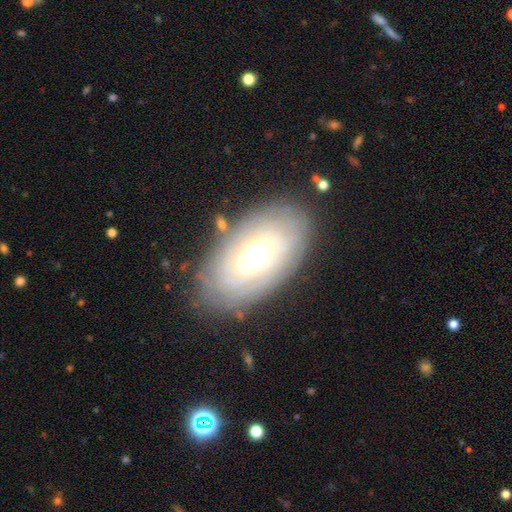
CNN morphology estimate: Smooth or featured: featured or disk — 63% (smooth — 29%)
Edge-on disk: no — 92% (yes — 8%)
Bar: no — 73% (weak — 21%)
Spiral arms: yes — 68% (no — 32%)
Bulge size: moderate — 62% (large — 24%)
Merging: none — 79% (minor disturbance — 15%)